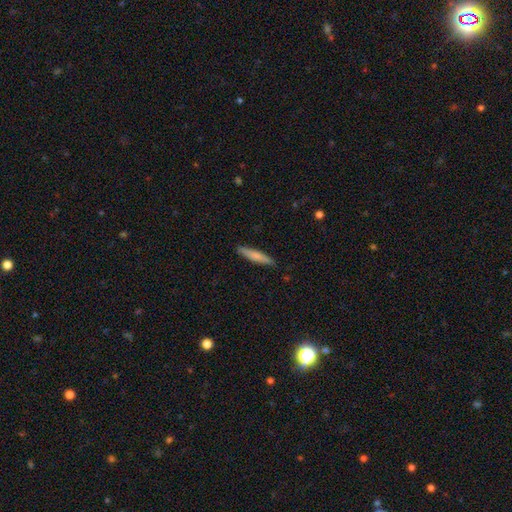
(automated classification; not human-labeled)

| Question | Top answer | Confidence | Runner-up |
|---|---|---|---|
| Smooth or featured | smooth | 71% | featured or disk (23%) |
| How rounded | cigar-shaped | 90% | in between (9%) |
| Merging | none | 88% | minor disturbance (9%) |